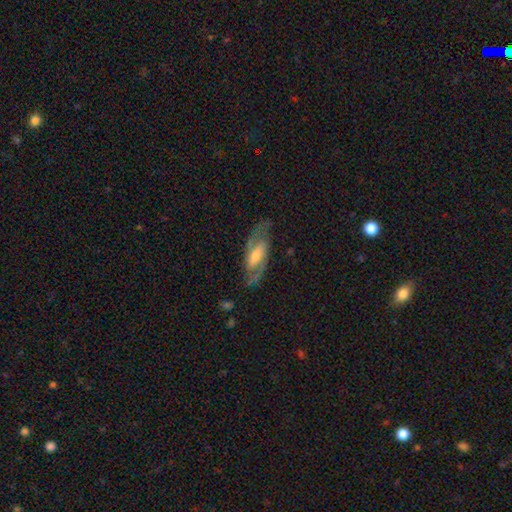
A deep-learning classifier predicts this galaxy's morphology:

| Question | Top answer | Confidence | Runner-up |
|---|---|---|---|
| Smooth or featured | featured or disk | 82% | smooth (12%) |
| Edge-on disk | no | 92% | yes (8%) |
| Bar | weak | 44% | strong (29%) |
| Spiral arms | yes | 93% | no (7%) |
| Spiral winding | medium | 53% | tight (29%) |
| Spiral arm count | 2 | 89% | can't tell (6%) |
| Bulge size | moderate | 50% | small (35%) |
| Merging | none | 79% | minor disturbance (14%) |